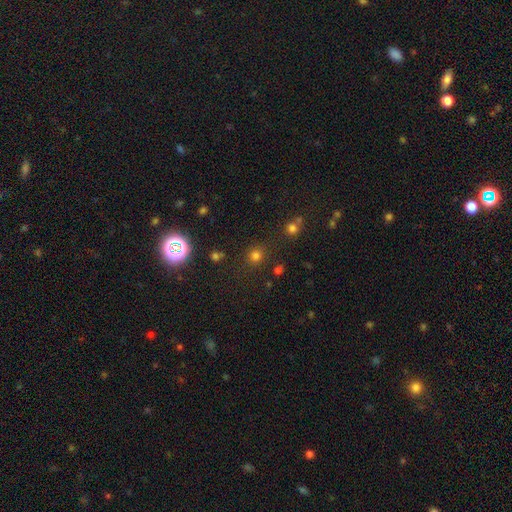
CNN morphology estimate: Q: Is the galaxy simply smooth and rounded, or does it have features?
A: smooth — 73%.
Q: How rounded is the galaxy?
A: round — 89%.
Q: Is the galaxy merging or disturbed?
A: none — 83%.